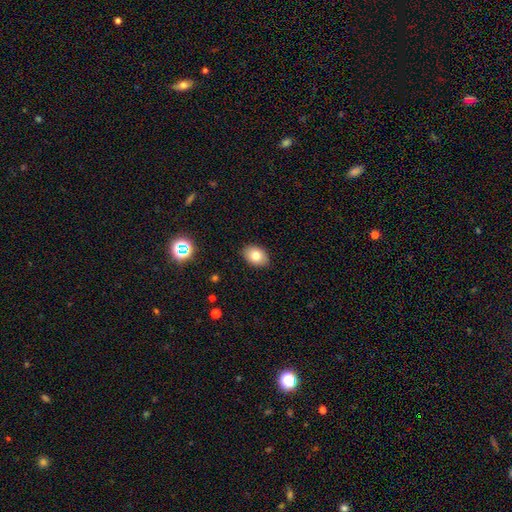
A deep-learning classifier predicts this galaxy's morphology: This is likely a smooth galaxy (80%). How rounded: likely in between (79%). Merging: clearly none (88%).